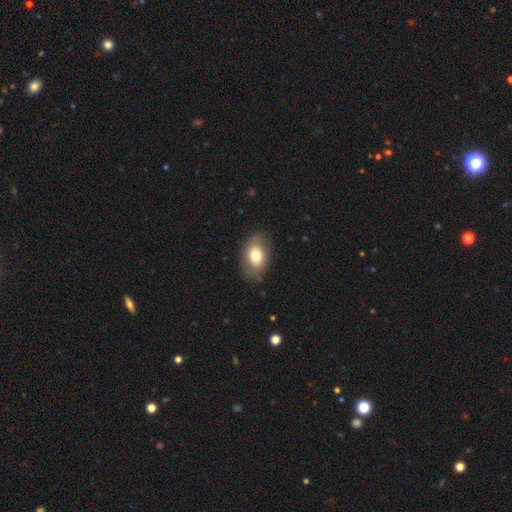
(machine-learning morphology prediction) smooth_or_featured: smooth (p=0.75) [alt: featured or disk p=0.17]
how_rounded: in between (p=0.85) [alt: round p=0.13]
merging: none (p=0.80) [alt: minor disturbance p=0.15]